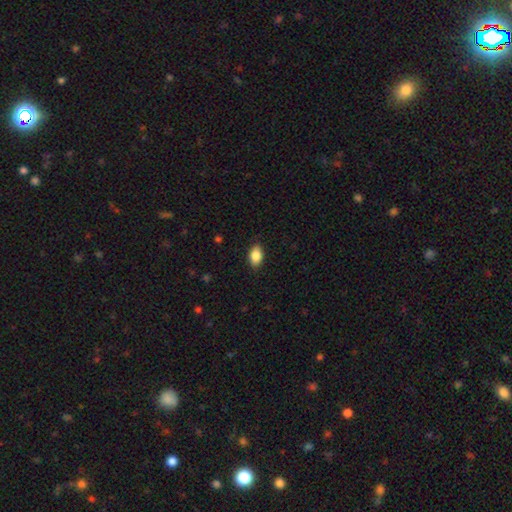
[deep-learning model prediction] smooth 86%, star or artifact 8%, featured or disk 7%. Down the decision tree: how rounded — in between (88%); merging — none (86%).